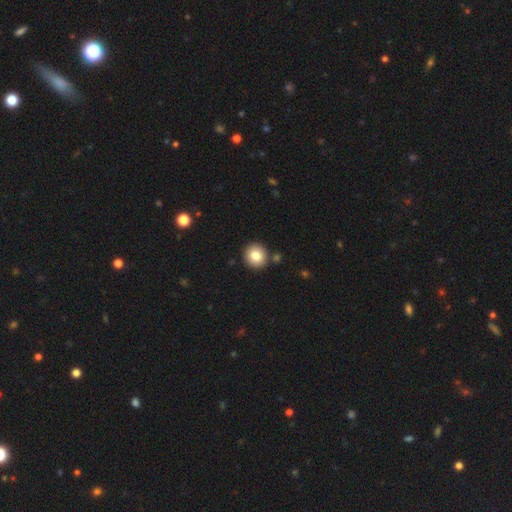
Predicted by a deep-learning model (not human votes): smooth_or_featured: smooth (p=0.81) [alt: star or artifact p=0.09]
how_rounded: round (p=0.91) [alt: in between p=0.08]
merging: none (p=0.87) [alt: minor disturbance p=0.07]